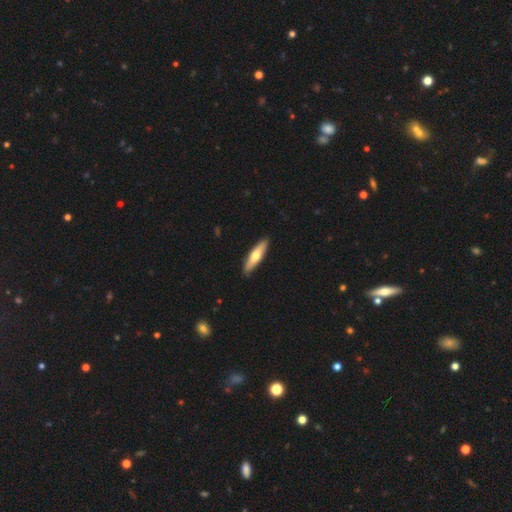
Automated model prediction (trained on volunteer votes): This appears to be a smooth galaxy with no disk features (53%) that is cigar-shaped (75%). Merging: none (90%).